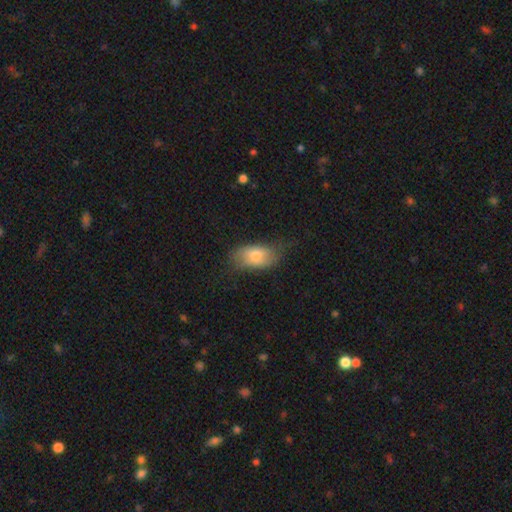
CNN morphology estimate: Q: Smooth or featured?
A: smooth (69%); runner-up: featured or disk (24%)
Q: How rounded?
A: in between (91%); runner-up: round (5%)
Q: Merging?
A: none (56%); runner-up: minor disturbance (31%)